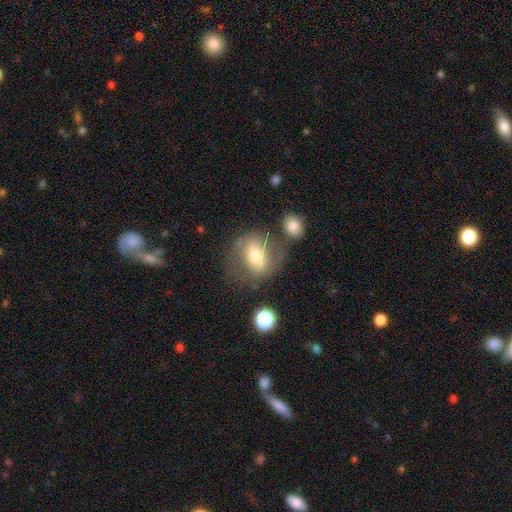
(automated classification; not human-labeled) Smooth or featured: smooth — 53% (featured or disk — 38%)
How rounded: in between — 56% (round — 42%)
Merging: none — 57% (minor disturbance — 18%)